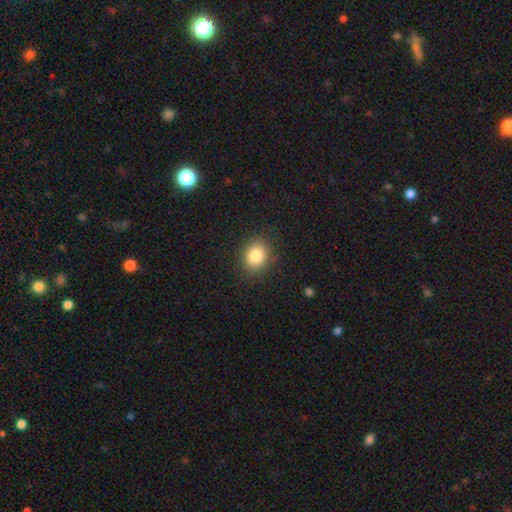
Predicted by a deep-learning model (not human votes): smooth-or-featured: smooth: 84% | star or artifact: 10% | featured or disk: 6%
  how-rounded: round: 62% | in between: 37% | cigar-shaped: 1%
  merging: none: 86% | minor disturbance: 10% | major disturbance: 3% | merger: 1%